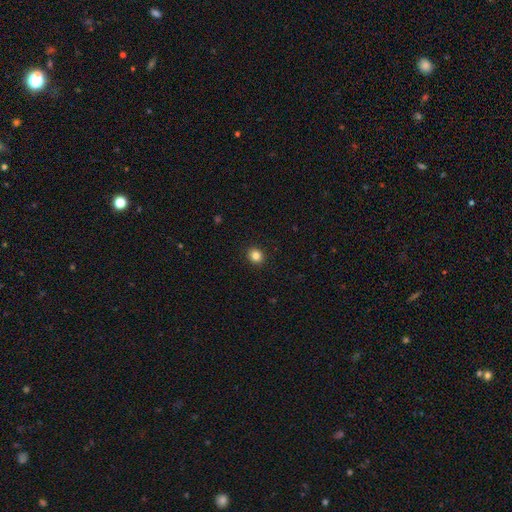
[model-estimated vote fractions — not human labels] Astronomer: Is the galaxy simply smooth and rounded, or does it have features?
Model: smooth — 84%.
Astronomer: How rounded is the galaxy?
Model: round — 78%.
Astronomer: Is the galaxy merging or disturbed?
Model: none — 92%.